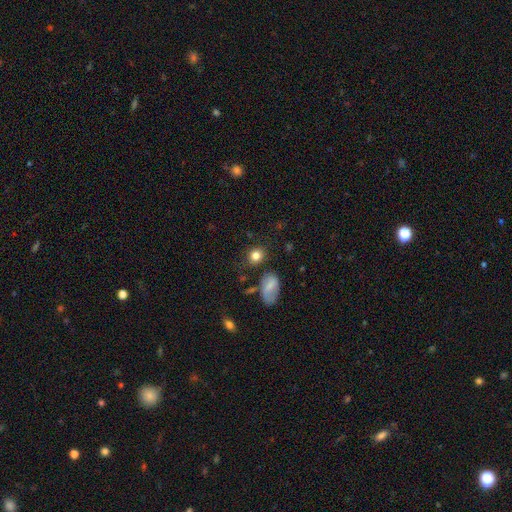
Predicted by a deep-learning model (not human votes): Smooth or featured? smooth (81%)
How rounded? round (65%)
Merging? none (77%)